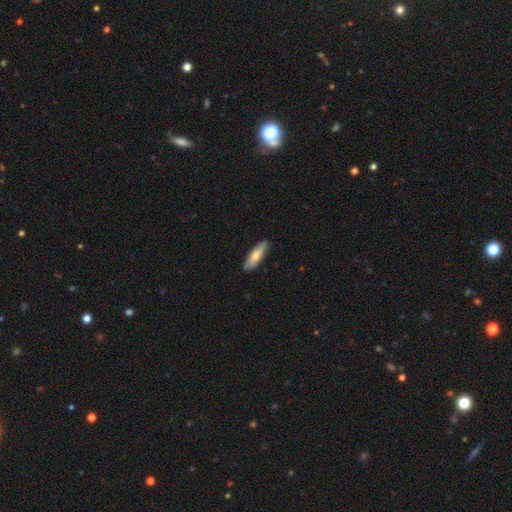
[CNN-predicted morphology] Q: Smooth or featured?
A: smooth (72%); runner-up: featured or disk (23%)
Q: How rounded?
A: cigar-shaped (57%); runner-up: in between (41%)
Q: Merging?
A: none (86%); runner-up: minor disturbance (11%)